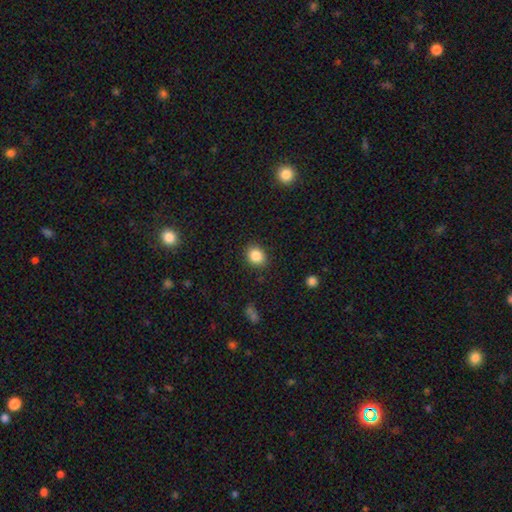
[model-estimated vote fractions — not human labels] Smooth or featured? Predicted: smooth (p=0.86). How rounded? Predicted: round (p=0.57). Merging? Predicted: none (p=0.88).